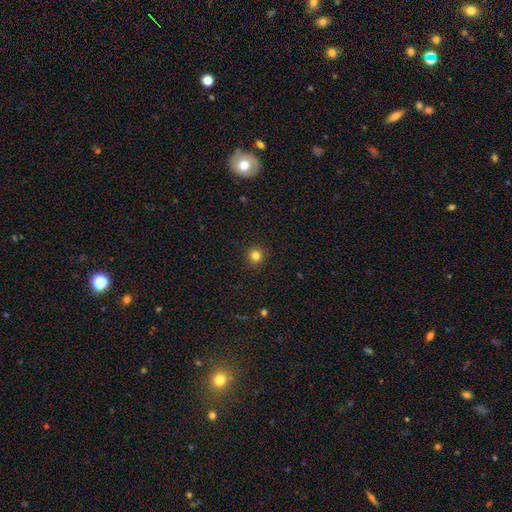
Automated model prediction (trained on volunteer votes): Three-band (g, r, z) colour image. It shows a smooth galaxy with no disk features (82%) that is round (94%). Merging: none (92%).